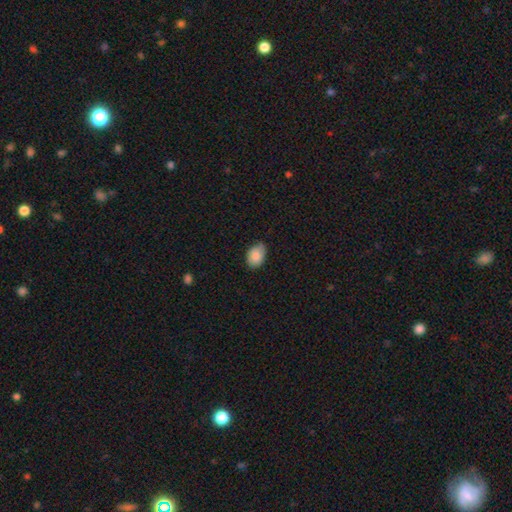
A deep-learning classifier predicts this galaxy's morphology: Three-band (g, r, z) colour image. It shows a smooth galaxy with no disk features (87%) that is in between round and cigar-shaped (81%). Merging: none (71%).